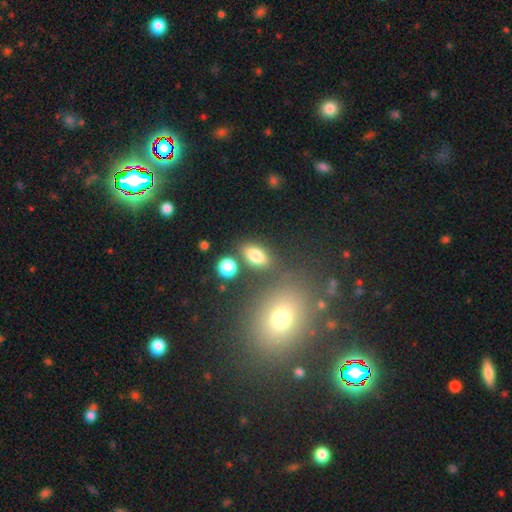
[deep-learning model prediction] smooth_or_featured: smooth (p=0.80) [alt: star or artifact p=0.11]
how_rounded: in between (p=0.85) [alt: round p=0.11]
merging: none (p=0.74) [alt: minor disturbance p=0.12]